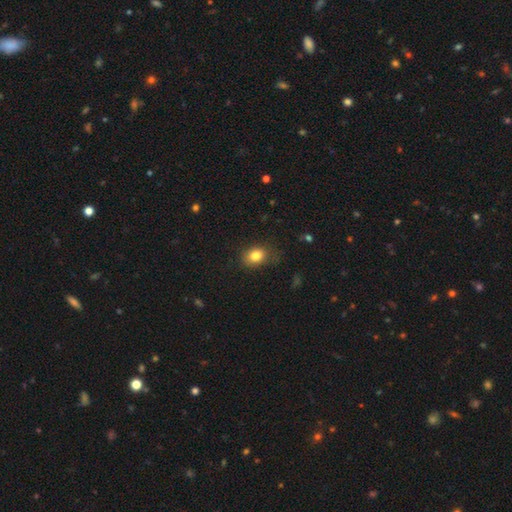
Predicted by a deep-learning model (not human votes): This is clearly a smooth galaxy (82%). How rounded: likely in between (62%). Merging: likely none (76%).